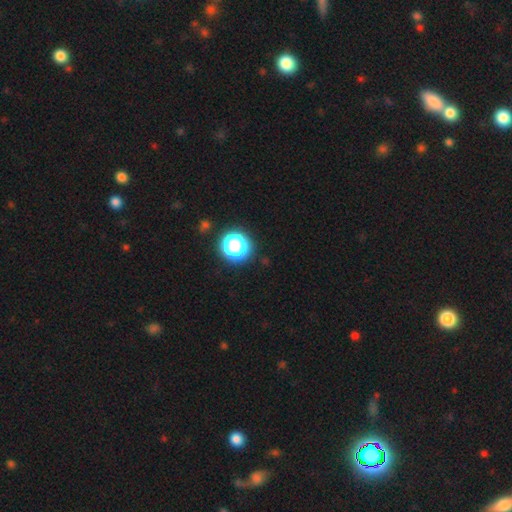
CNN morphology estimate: Q: Smooth or featured?
A: star or artifact (68%); runner-up: smooth (26%)